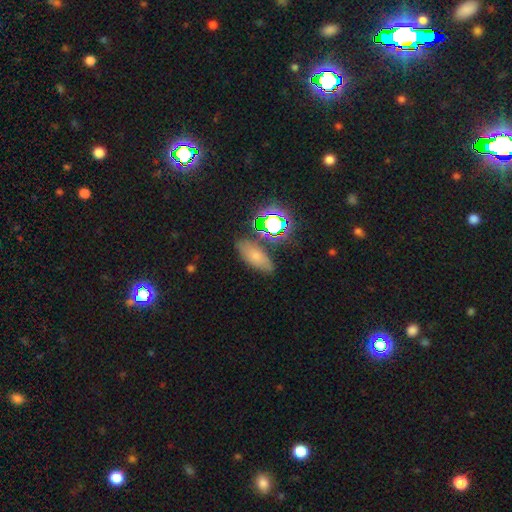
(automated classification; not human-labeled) This is likely a smooth galaxy (62%). How rounded: likely in between (78%). Merging: likely none (76%).